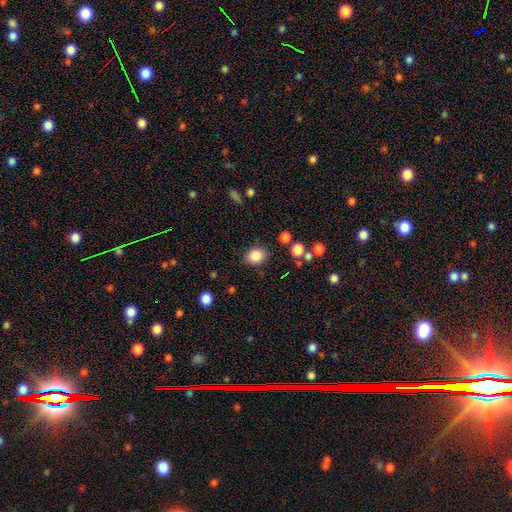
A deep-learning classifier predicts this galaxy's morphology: Smooth or featured? Predicted: smooth (p=0.86). How rounded? Predicted: in between (p=0.51). Merging? Predicted: none (p=0.84).